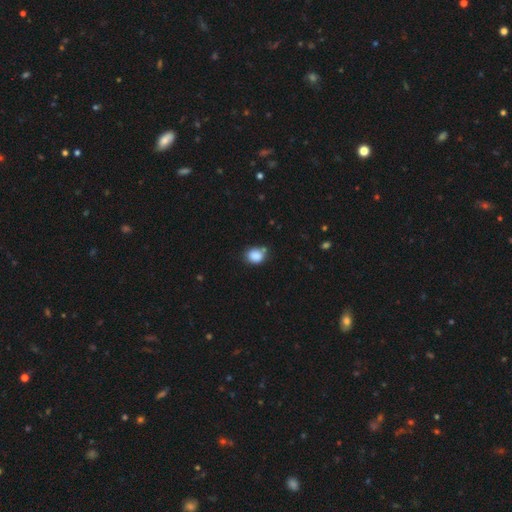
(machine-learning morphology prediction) smooth-or-featured: smooth: 86% | star or artifact: 9% | featured or disk: 4%
  how-rounded: round: 61% | in between: 38% | cigar-shaped: 1%
  merging: none: 65% | minor disturbance: 21% | merger: 9% | major disturbance: 5%